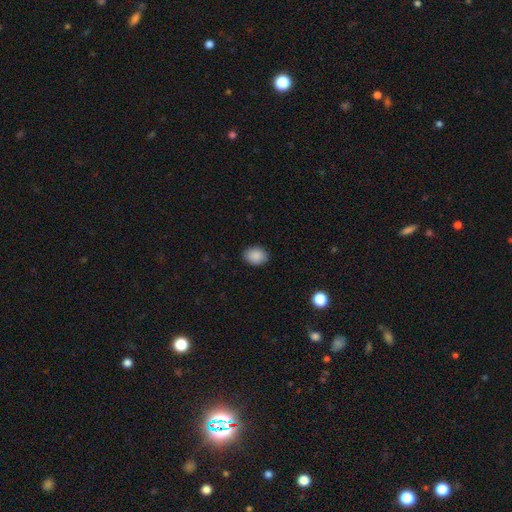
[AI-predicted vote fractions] This is clearly a smooth galaxy (89%). How rounded: likely in between (65%). Merging: clearly none (88%).